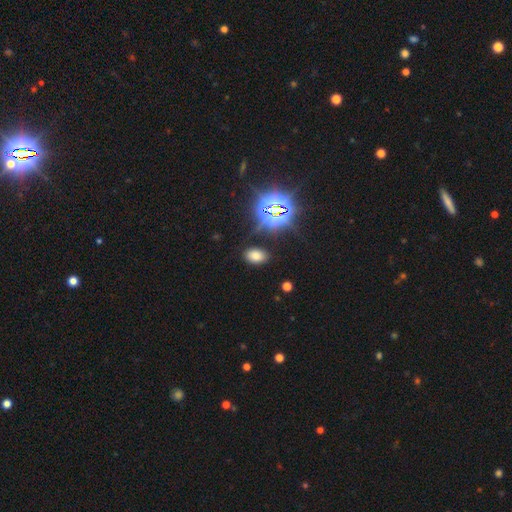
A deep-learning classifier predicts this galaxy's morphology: type=smooth (65%); roundness=in between (87%); merging=none (85%).